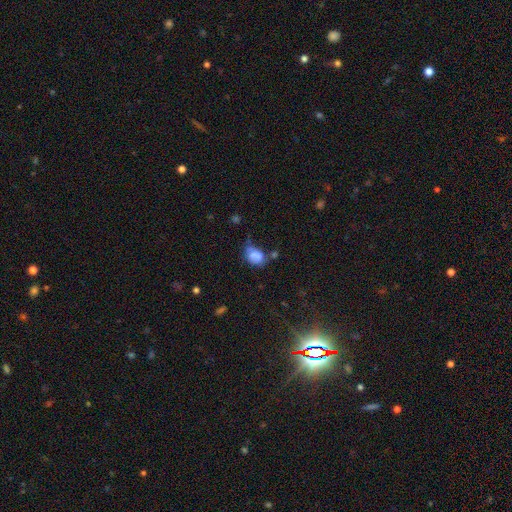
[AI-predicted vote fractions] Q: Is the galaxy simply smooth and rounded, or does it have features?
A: smooth — 69%.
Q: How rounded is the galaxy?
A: in between — 64%.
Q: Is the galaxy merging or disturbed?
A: none — 37%.